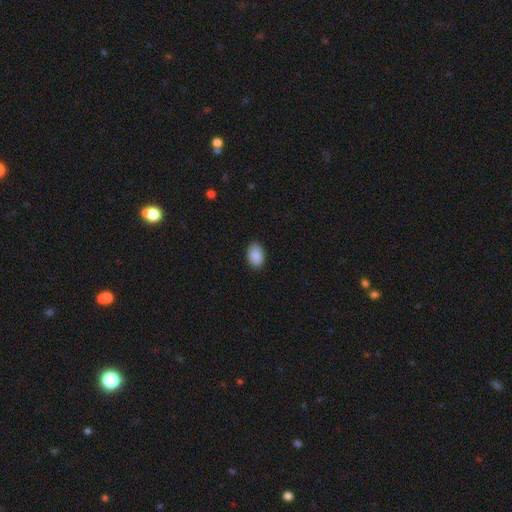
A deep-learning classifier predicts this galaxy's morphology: Smooth or featured? Predicted: smooth (p=0.90). How rounded? Predicted: in between (p=0.86). Merging? Predicted: none (p=0.88).